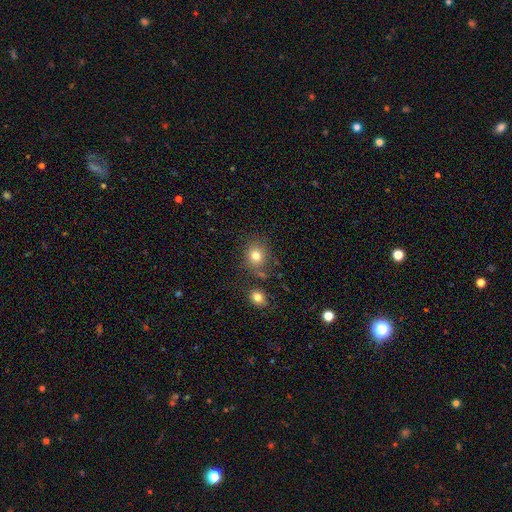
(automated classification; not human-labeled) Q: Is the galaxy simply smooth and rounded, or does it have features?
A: smooth — 78%.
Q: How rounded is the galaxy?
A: round — 71%.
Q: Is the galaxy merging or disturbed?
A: none — 72%.